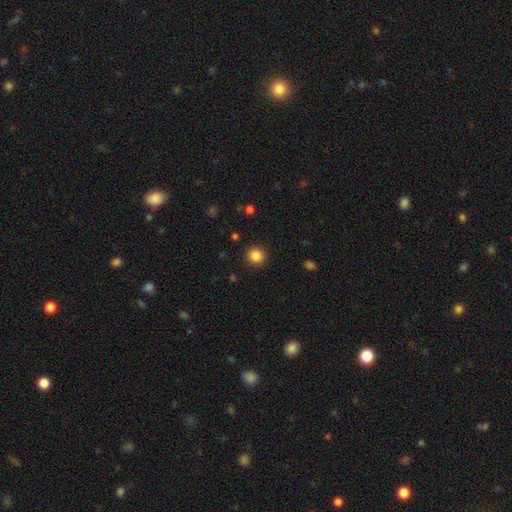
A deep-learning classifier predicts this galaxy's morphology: Smooth or featured? smooth (85%)
How rounded? round (93%)
Merging? none (91%)